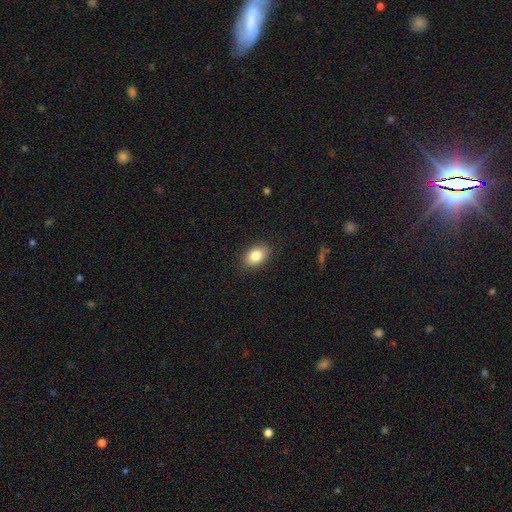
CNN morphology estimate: Overall: smooth (84%). How rounded: in between (86%). Merging: none (88%).